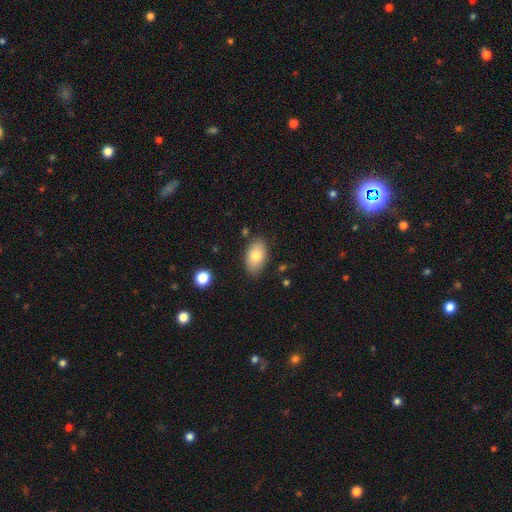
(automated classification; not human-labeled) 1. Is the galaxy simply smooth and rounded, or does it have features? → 78% smooth, 15% featured or disk, 7% star or artifact.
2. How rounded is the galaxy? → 93% in between, 6% round, 1% cigar-shaped.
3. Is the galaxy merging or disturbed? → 81% none, 14% minor disturbance, 3% major disturbance, 2% merger.